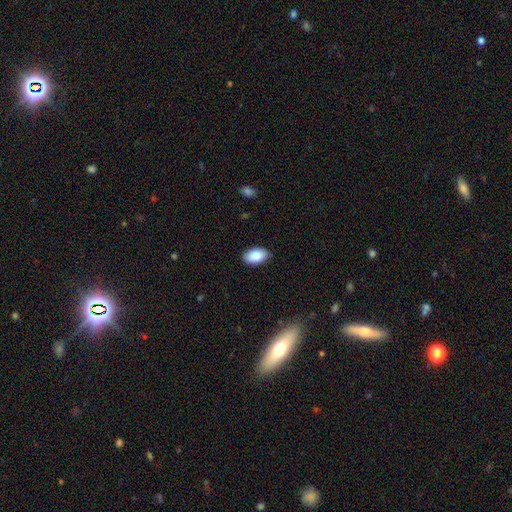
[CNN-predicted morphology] Smooth or featured? smooth (89%)
How rounded? in between (94%)
Merging? none (87%)